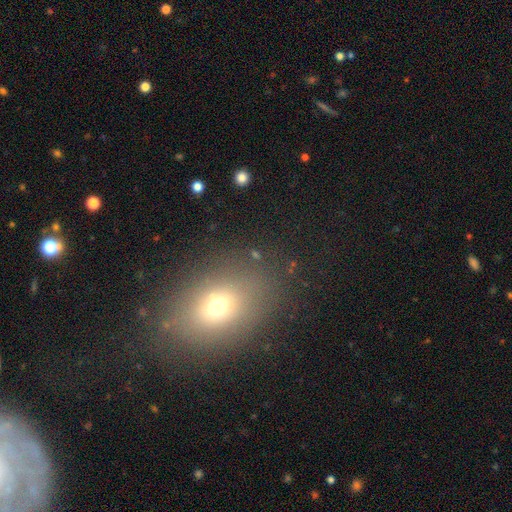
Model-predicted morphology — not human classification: Smooth or featured: smooth — 58% (star or artifact — 26%)
How rounded: in between — 56% (round — 41%)
Merging: none — 77% (minor disturbance — 12%)